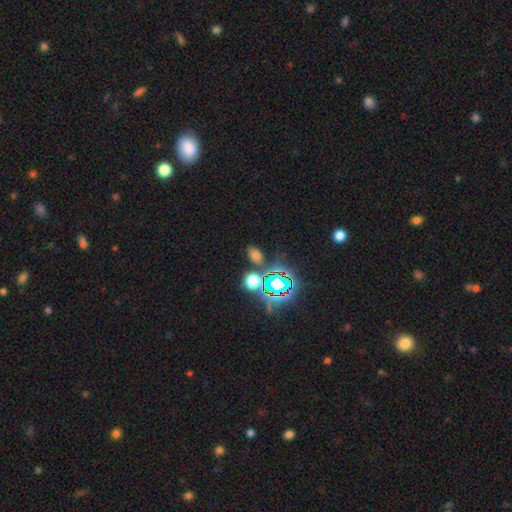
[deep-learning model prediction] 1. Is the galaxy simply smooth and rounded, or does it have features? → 59% smooth, 33% star or artifact, 8% featured or disk.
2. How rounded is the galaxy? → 80% in between, 18% round, 2% cigar-shaped.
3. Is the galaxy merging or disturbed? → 80% none, 10% minor disturbance, 6% merger, 4% major disturbance.